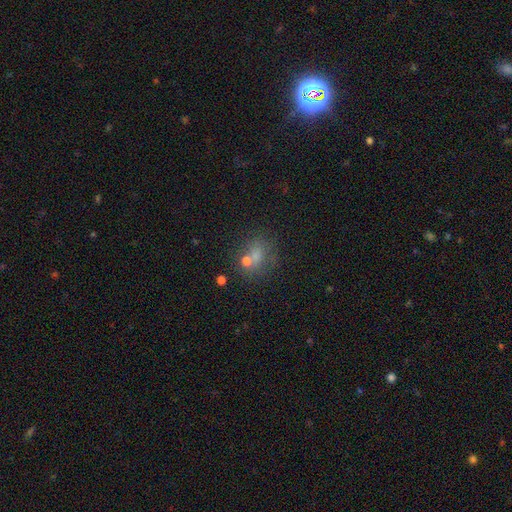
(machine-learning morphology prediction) Overall: smooth (54%; star or artifact 28%). How rounded: round (66%; in between 32%). Merging: none (52%; merger 29%).